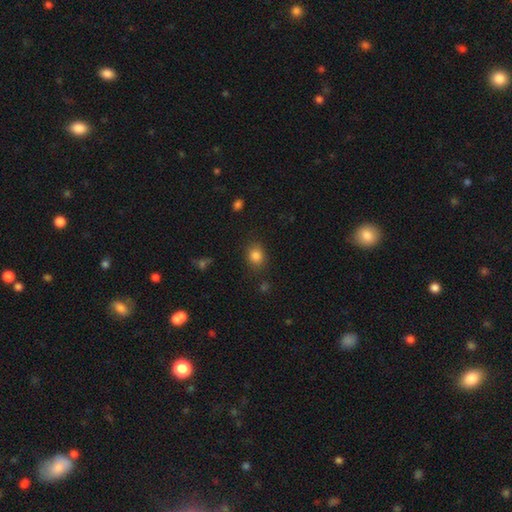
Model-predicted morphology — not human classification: smooth_or_featured: smooth (p=0.84) [alt: star or artifact p=0.11]
how_rounded: round (p=0.64) [alt: in between p=0.35]
merging: none (p=0.82) [alt: minor disturbance p=0.12]